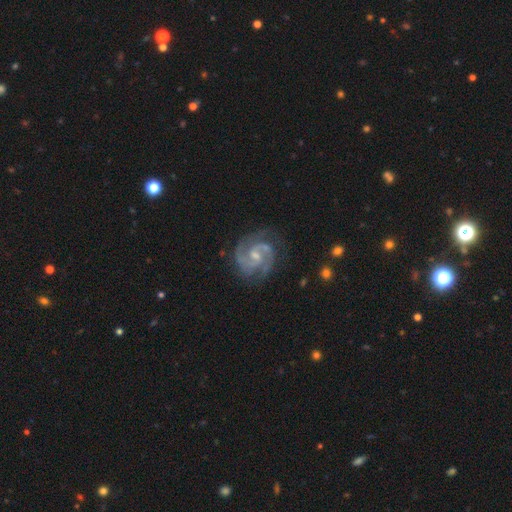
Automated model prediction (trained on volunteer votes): A featured or disk galaxy (92%) with a weak bar (50%), 2 (78%) medium (54%) spiral arms (98%) and a small central bulge (57%). Merging: none (77%).